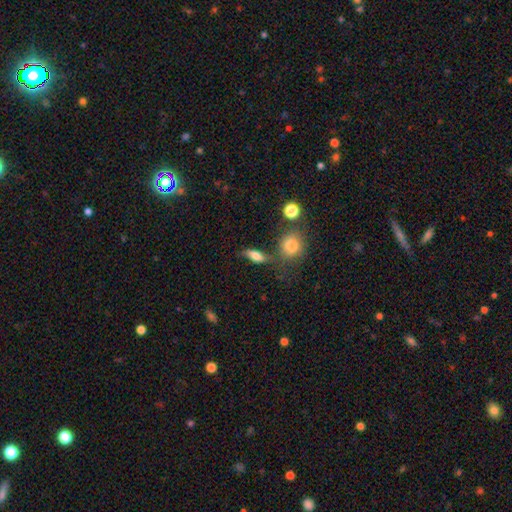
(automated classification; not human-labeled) Morphology: type=smooth (73%); roundness=in between (70%); merging=none (60%).